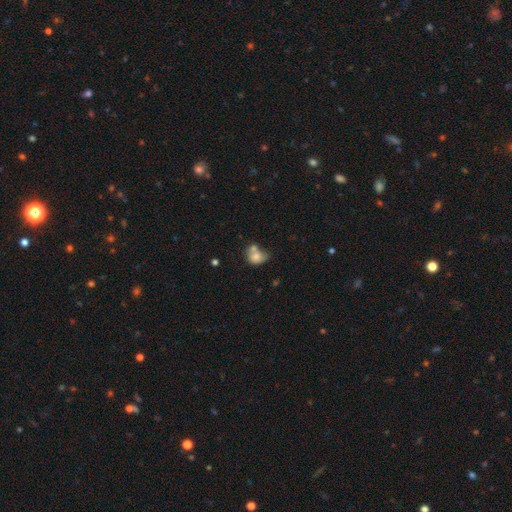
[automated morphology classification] This appears to be a smooth galaxy with no disk features (73%) that is round (49%, tied with in between). Merging: merger (47%).